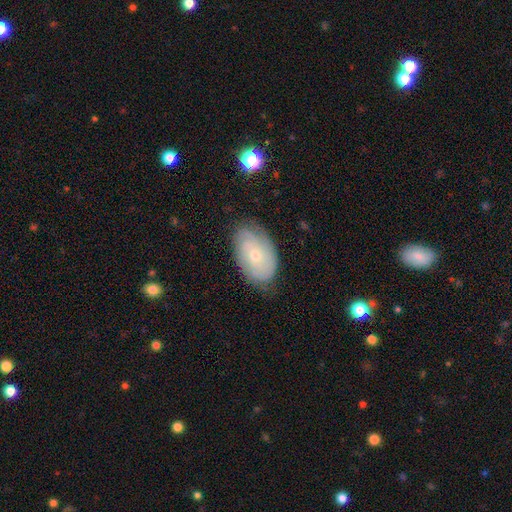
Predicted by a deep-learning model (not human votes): A featured or disk galaxy (57%) with no bar (80%), spiral arms (80%) and a small central bulge (66%).

Vote fractions:
- Smooth or featured? featured or disk: 57% / smooth: 35% / star or artifact: 8%
- Edge-on disk? no: 94% / yes: 6%
- Bar? no: 80% / weak: 17% / strong: 3%
- Spiral arms? yes: 80% / no: 20%
- Bulge size? small: 66% / moderate: 31% / large: 1% / none: 1% / dominant: 1%
- Merging? none: 74% / minor disturbance: 19% / major disturbance: 5% / merger: 1%